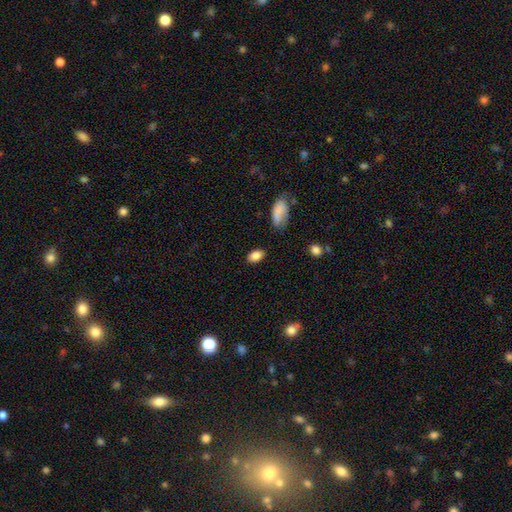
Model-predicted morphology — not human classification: A smooth galaxy with no disk features (85%) that is in between round and cigar-shaped (89%).

Vote fractions:
- Smooth or featured? smooth: 85% / star or artifact: 8% / featured or disk: 7%
- How rounded? in between: 89% / round: 9% / cigar-shaped: 2%
- Merging? none: 84% / minor disturbance: 12% / major disturbance: 3% / merger: 2%